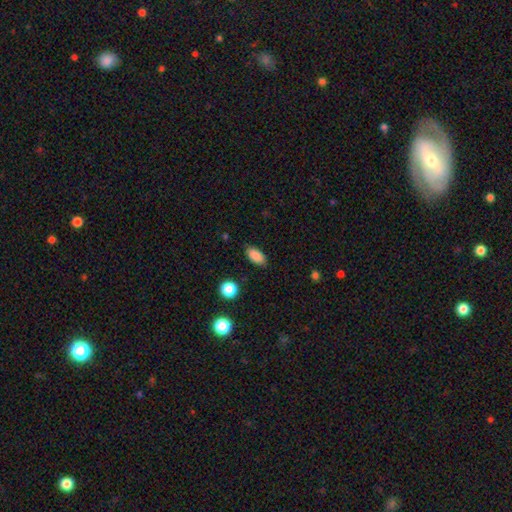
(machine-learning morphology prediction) type=smooth (87%); roundness=in between (90%); merging=none (86%).